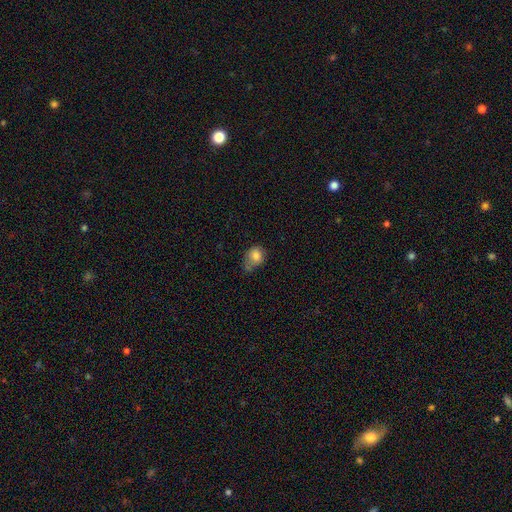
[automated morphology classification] Overall: smooth (79%). How rounded: round (51%; in between 48%). Merging: none (35%; minor disturbance 32%).